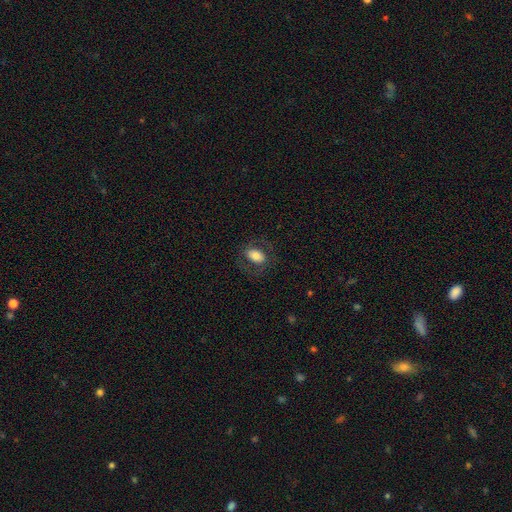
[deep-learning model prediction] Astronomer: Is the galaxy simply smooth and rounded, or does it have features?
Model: smooth — 66%.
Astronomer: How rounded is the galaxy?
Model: in between — 81%.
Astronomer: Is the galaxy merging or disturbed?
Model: none — 74%.